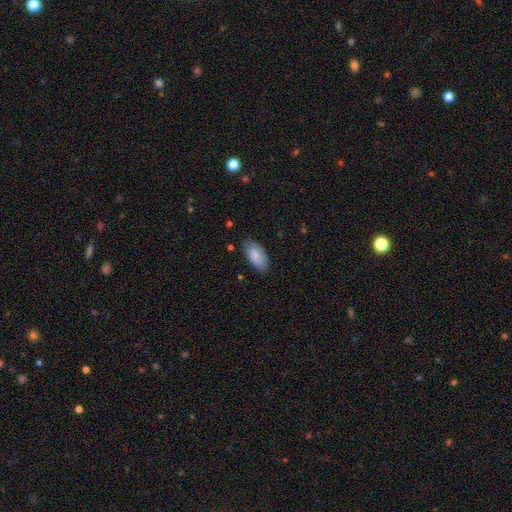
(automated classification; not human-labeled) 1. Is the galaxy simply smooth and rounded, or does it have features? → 85% smooth, 9% featured or disk, 6% star or artifact.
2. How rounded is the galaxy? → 93% in between, 5% cigar-shaped, 2% round.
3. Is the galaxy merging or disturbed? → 81% none, 15% minor disturbance, 3% major disturbance, 1% merger.